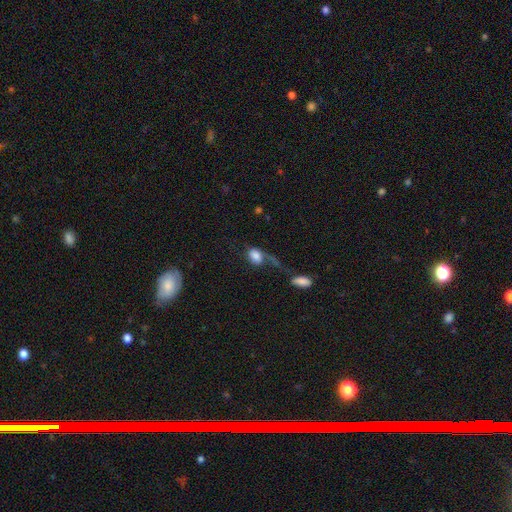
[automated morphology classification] smooth-or-featured: smooth: 74% | featured or disk: 16% | star or artifact: 9%
  how-rounded: in between: 78% | round: 20% | cigar-shaped: 2%
  merging: major disturbance: 32% | none: 27% | merger: 26% | minor disturbance: 16%